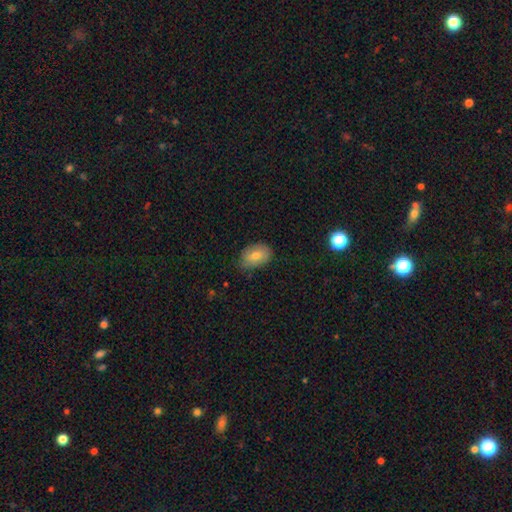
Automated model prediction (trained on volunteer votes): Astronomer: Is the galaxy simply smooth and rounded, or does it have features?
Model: smooth — 72%.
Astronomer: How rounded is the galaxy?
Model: in between — 79%.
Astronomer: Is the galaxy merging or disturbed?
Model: none — 74%.